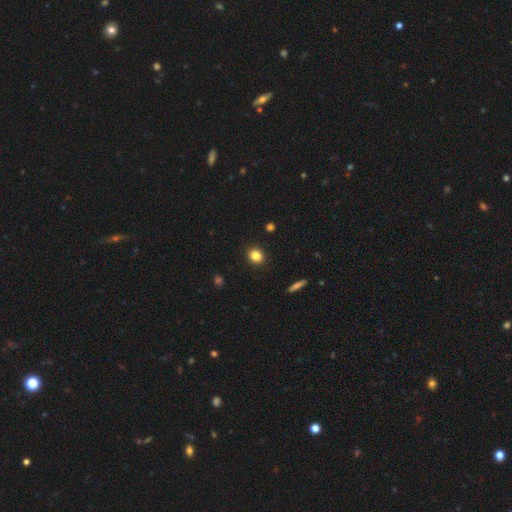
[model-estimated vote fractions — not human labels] This is clearly a smooth galaxy (83%). How rounded: likely round (75%). Merging: clearly none (92%).